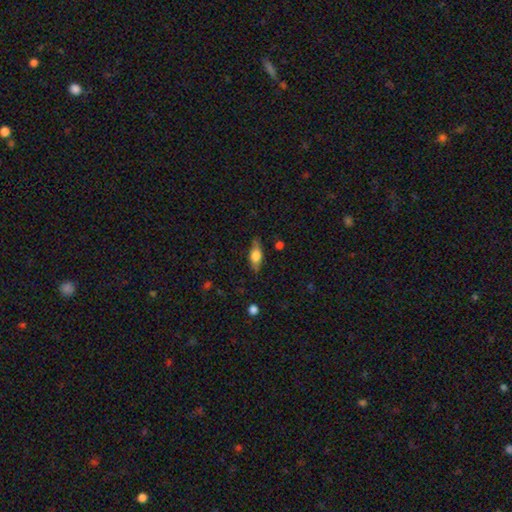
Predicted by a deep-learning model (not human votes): A smooth galaxy with no disk features (66%) that is in between round and cigar-shaped (75%). Merging: none (79%).